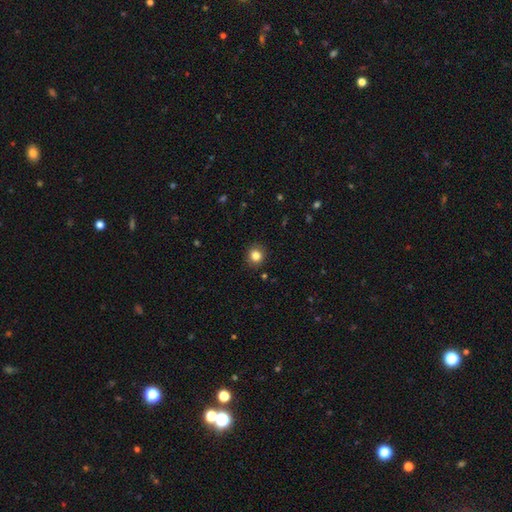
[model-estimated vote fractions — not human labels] Smooth or featured: smooth — 83% (star or artifact — 11%)
How rounded: round — 90% (in between — 9%)
Merging: none — 91% (minor disturbance — 6%)